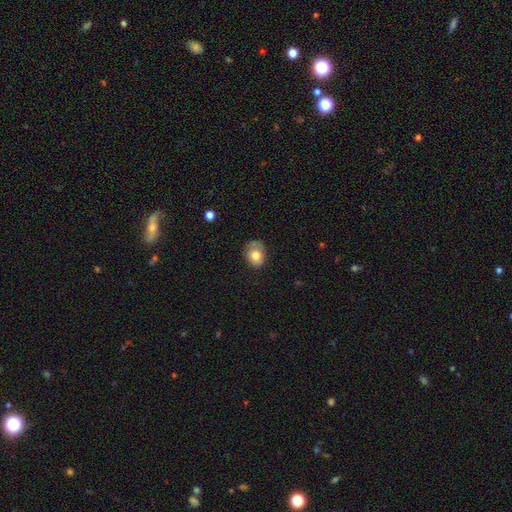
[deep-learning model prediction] Smooth or featured?
  - smooth: 76% *
  - featured or disk: 15%
  - star or artifact: 9%
How rounded?
  - in between: 52% *
  - round: 47%
  - cigar-shaped: 1%
Merging?
  - none: 52% *
  - minor disturbance: 32%
  - major disturbance: 12%
  - merger: 5%